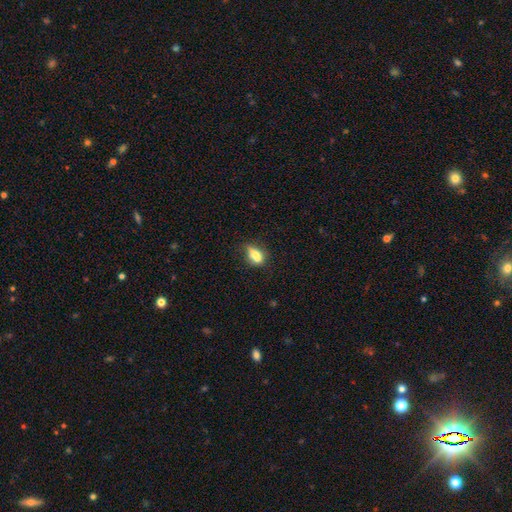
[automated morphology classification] A smooth galaxy with no disk features (70%) that is in between round and cigar-shaped (69%).

Vote fractions:
- Smooth or featured? smooth: 70% / featured or disk: 19% / star or artifact: 11%
- How rounded? in between: 69% / round: 18% / cigar-shaped: 13%
- Merging? none: 49% / minor disturbance: 24% / merger: 17% / major disturbance: 10%